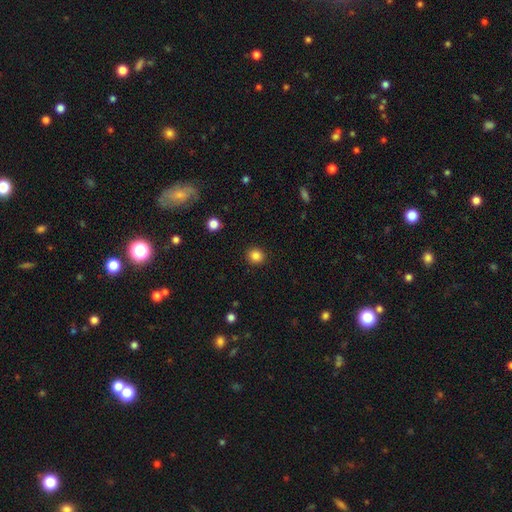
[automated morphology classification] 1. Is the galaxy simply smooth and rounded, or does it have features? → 85% smooth, 11% star or artifact, 4% featured or disk.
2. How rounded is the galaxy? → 85% round, 14% in between, 1% cigar-shaped.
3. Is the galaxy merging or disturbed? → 91% none, 6% minor disturbance, 2% major disturbance, 1% merger.